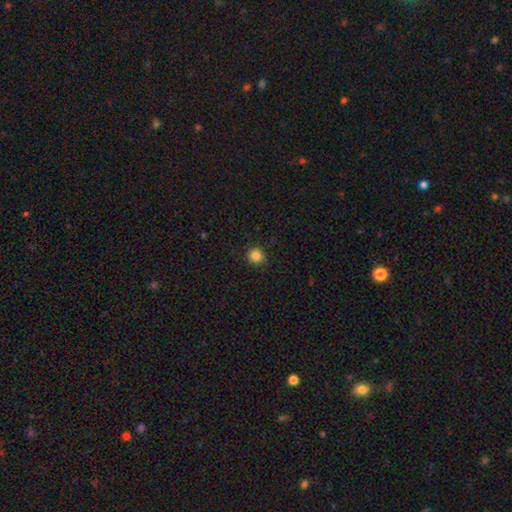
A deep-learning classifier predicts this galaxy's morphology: Smooth or featured? Predicted: smooth (p=0.84). How rounded? Predicted: round (p=0.92). Merging? Predicted: none (p=0.91).